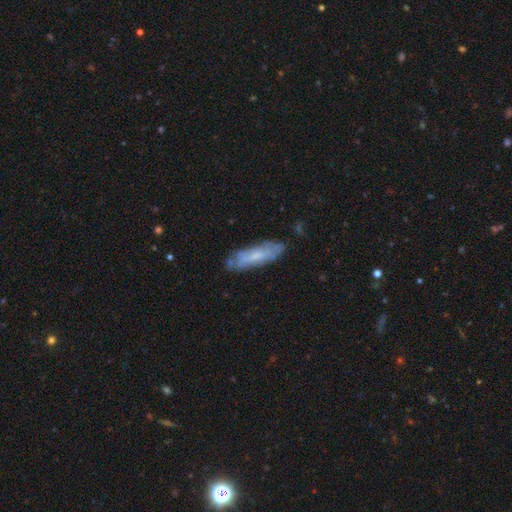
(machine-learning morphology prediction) Overall: smooth (47%; featured or disk 46%). Merging: none (74%).